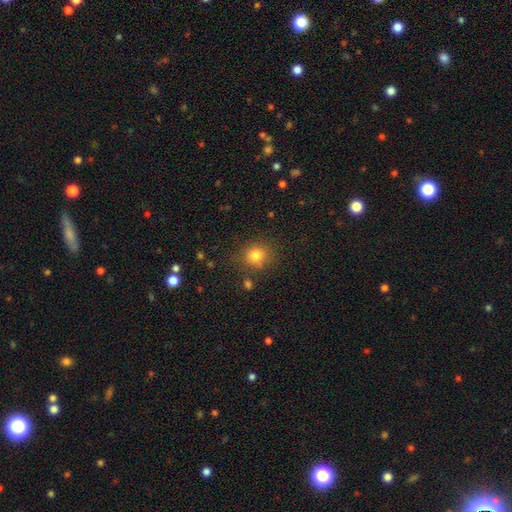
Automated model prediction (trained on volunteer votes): Morphology: type=smooth (80%); roundness=round (82%); merging=none (79%).